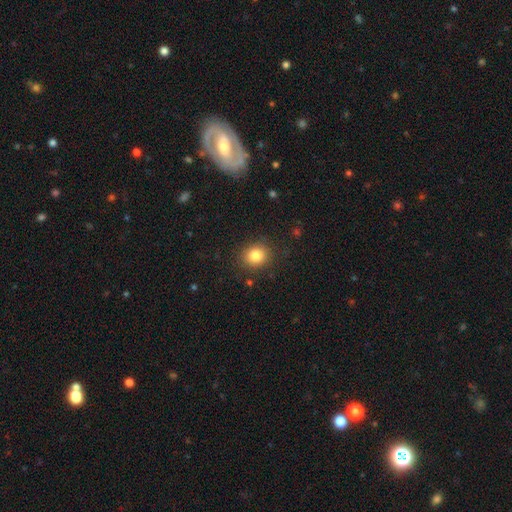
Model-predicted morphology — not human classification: smooth_or_featured: smooth (p=0.83) [alt: star or artifact p=0.11]
how_rounded: round (p=0.75) [alt: in between p=0.25]
merging: none (p=0.88) [alt: minor disturbance p=0.08]